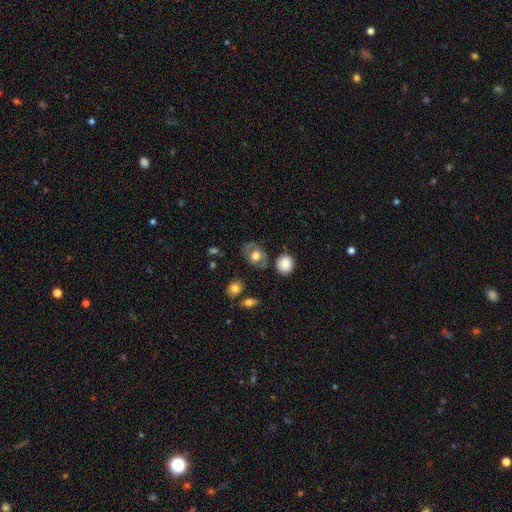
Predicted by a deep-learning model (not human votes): smooth-or-featured: smooth: 64% | featured or disk: 28% | star or artifact: 9%
  how-rounded: round: 51% | in between: 48% | cigar-shaped: 1%
  merging: none: 61% | minor disturbance: 21% | major disturbance: 12% | merger: 6%